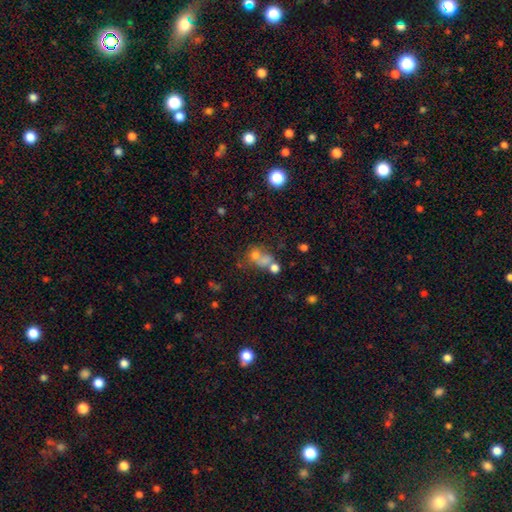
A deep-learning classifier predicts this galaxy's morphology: A smooth galaxy with no disk features (46%). Merging: merger (44%).